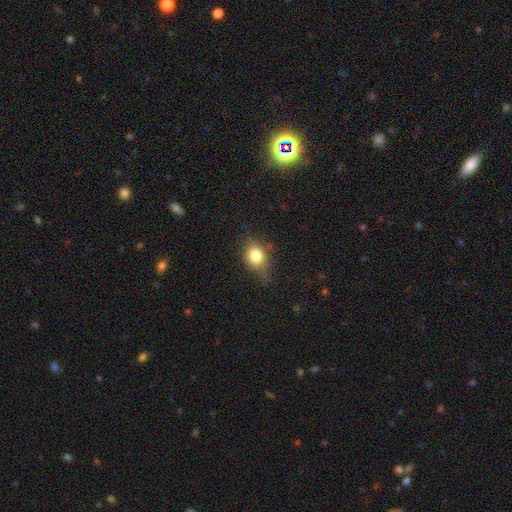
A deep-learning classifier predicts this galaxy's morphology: smooth 77%, featured or disk 12%, star or artifact 11%. Down the decision tree: how rounded — in between (50%); merging — none (63%).